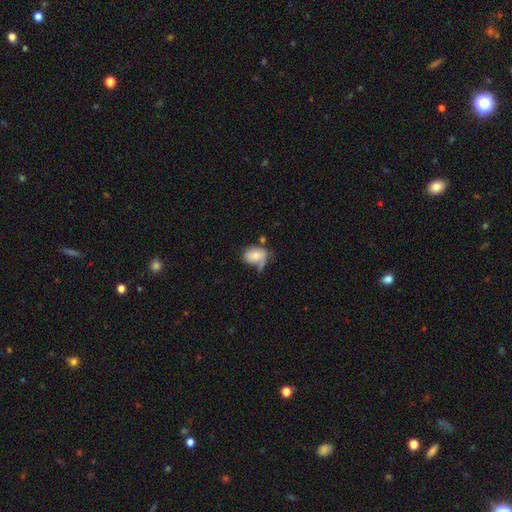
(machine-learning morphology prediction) Smooth or featured?
  - smooth: 68% *
  - featured or disk: 24%
  - star or artifact: 8%
How rounded?
  - in between: 72% *
  - round: 27%
  - cigar-shaped: 1%
Merging?
  - none: 35% *
  - minor disturbance: 31%
  - major disturbance: 22%
  - merger: 12%